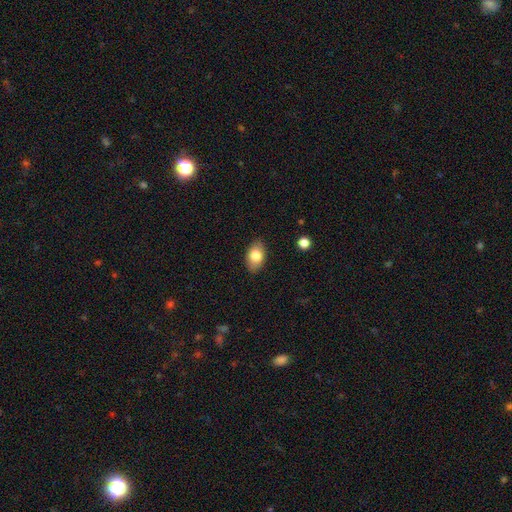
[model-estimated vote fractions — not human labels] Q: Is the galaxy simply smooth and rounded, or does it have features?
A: smooth — 80%.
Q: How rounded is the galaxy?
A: in between — 89%.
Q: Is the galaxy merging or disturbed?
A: none — 86%.